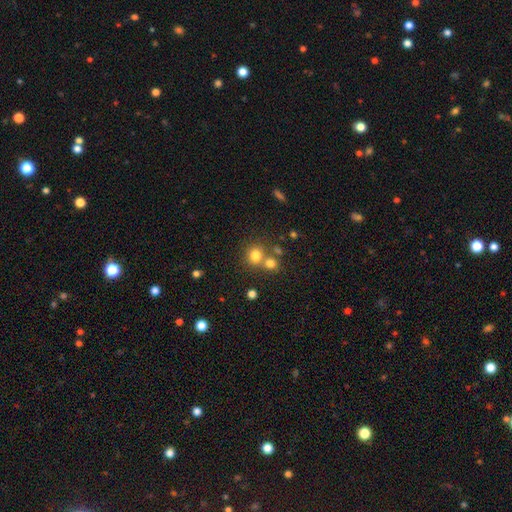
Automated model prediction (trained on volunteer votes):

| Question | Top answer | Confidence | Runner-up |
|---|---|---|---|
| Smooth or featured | smooth | 77% | star or artifact (15%) |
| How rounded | round | 82% | in between (17%) |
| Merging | none | 55% | merger (34%) |